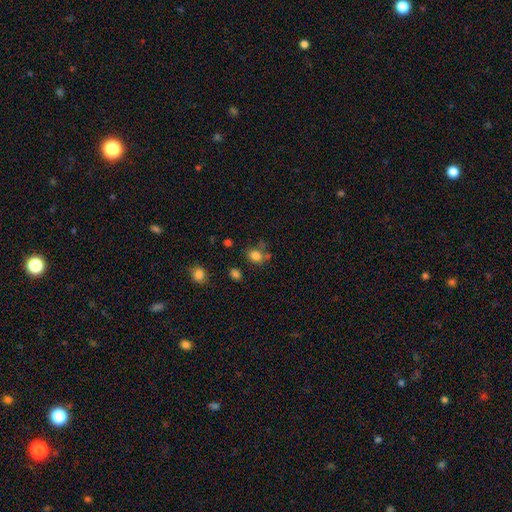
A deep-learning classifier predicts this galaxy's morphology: Smooth or featured: smooth — 80% (star or artifact — 13%)
How rounded: in between — 51% (round — 48%)
Merging: none — 62% (minor disturbance — 17%)